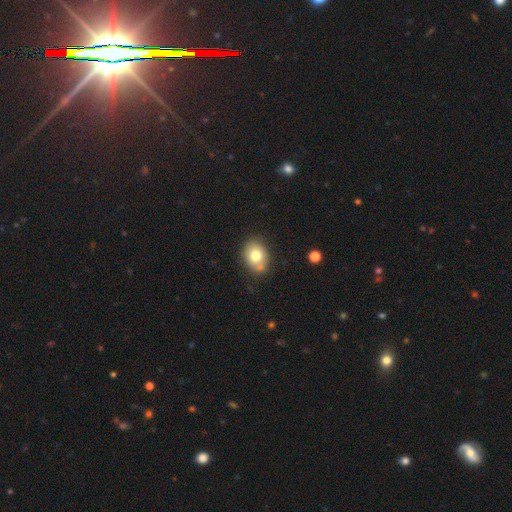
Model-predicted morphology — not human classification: Q: Smooth or featured?
A: smooth (76%); runner-up: featured or disk (14%)
Q: How rounded?
A: in between (57%); runner-up: round (42%)
Q: Merging?
A: none (70%); runner-up: minor disturbance (16%)